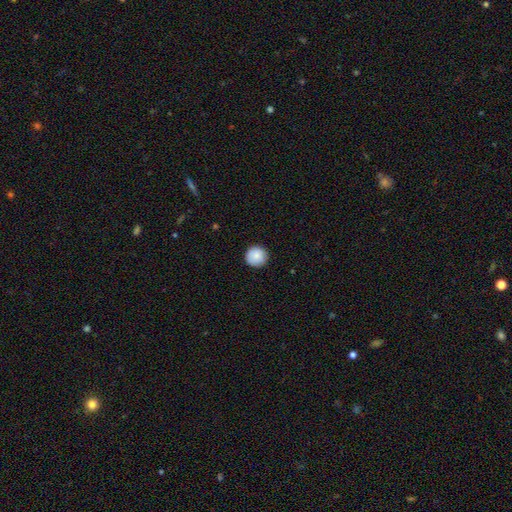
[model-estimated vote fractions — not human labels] Smooth or featured? Predicted: smooth (p=0.87). How rounded? Predicted: round (p=0.96). Merging? Predicted: none (p=0.91).